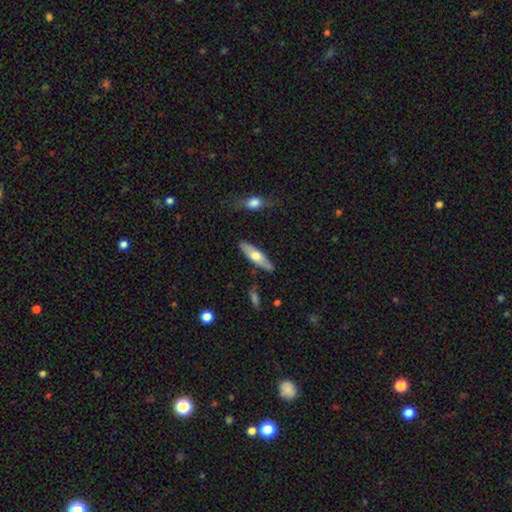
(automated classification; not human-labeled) Morphology: type=smooth (58%); roundness=cigar-shaped (59%); merging=none (85%).